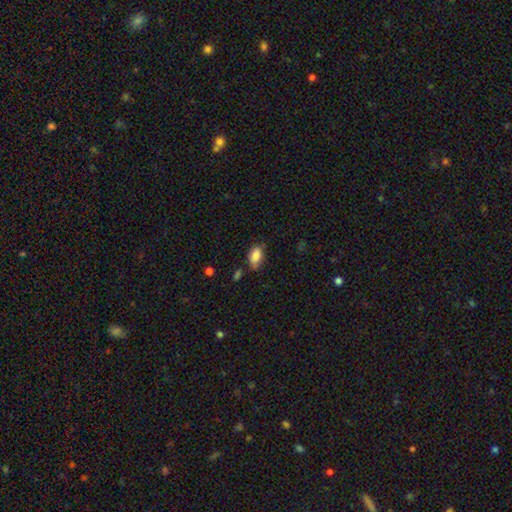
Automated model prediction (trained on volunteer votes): This is clearly a smooth galaxy (84%). How rounded: clearly in between (92%). Merging: possibly none (60%).